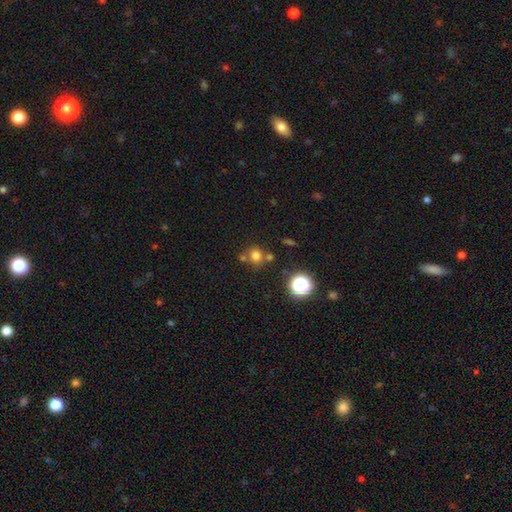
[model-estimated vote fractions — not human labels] Smooth or featured?
  - smooth: 73% *
  - star or artifact: 20%
  - featured or disk: 8%
How rounded?
  - round: 88% *
  - in between: 11%
  - cigar-shaped: 1%
Merging?
  - none: 67% *
  - merger: 20%
  - minor disturbance: 10%
  - major disturbance: 4%